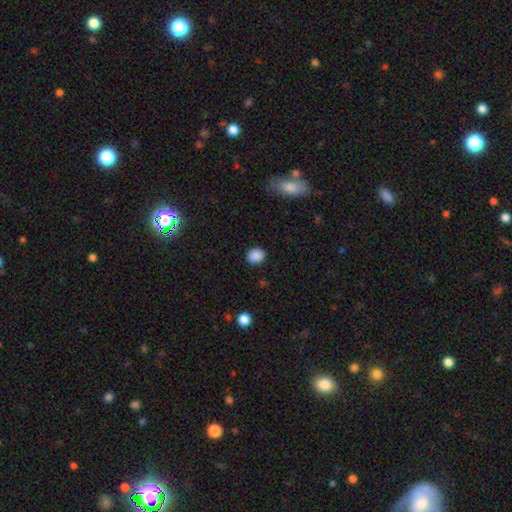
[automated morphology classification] The model was most divided on "how rounded": round: 67%, in between: 32%, cigar-shaped: 1%. More confident: smooth or featured — smooth (87%); merging — none (86%).